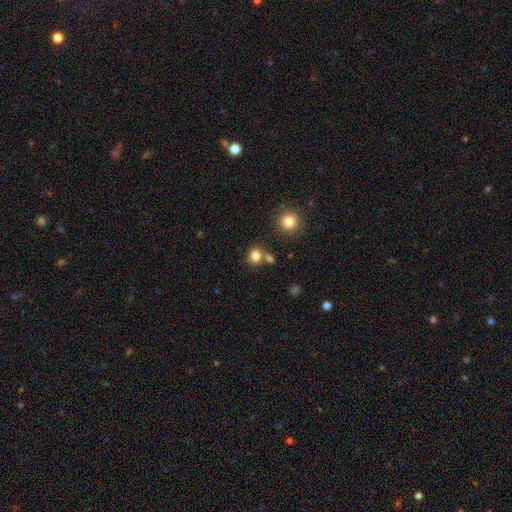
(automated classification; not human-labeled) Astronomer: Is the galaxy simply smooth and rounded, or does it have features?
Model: smooth — 80%.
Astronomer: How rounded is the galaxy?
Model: round — 76%.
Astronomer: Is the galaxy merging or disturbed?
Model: none — 64%.